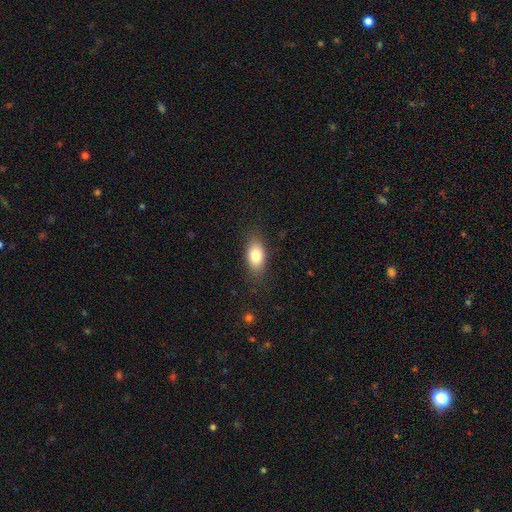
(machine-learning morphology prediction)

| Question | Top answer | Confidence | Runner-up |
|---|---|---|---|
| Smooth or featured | smooth | 82% | featured or disk (11%) |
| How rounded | in between | 87% | round (6%) |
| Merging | none | 83% | minor disturbance (13%) |